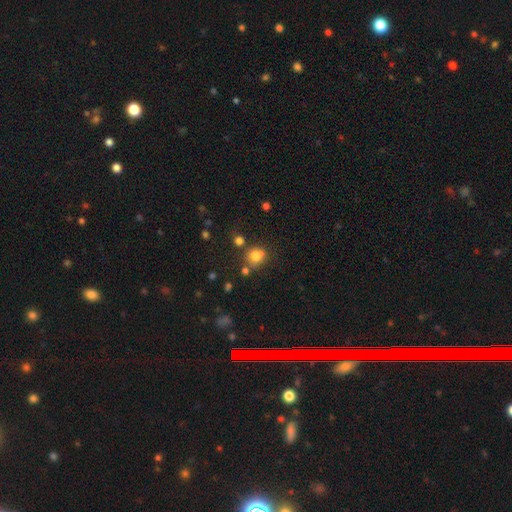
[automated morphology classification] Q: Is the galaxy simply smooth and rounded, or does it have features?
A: smooth — 76%.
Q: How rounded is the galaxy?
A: round — 76%.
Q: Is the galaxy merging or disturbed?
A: none — 63%.